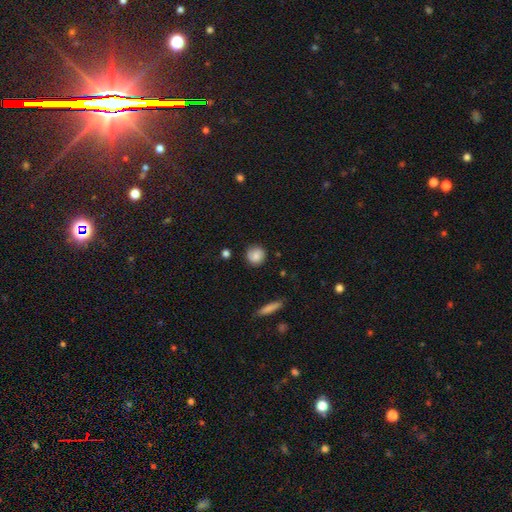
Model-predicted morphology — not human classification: Smooth or featured? Predicted: smooth (p=0.73). How rounded? Predicted: round (p=0.88). Merging? Predicted: none (p=0.80).